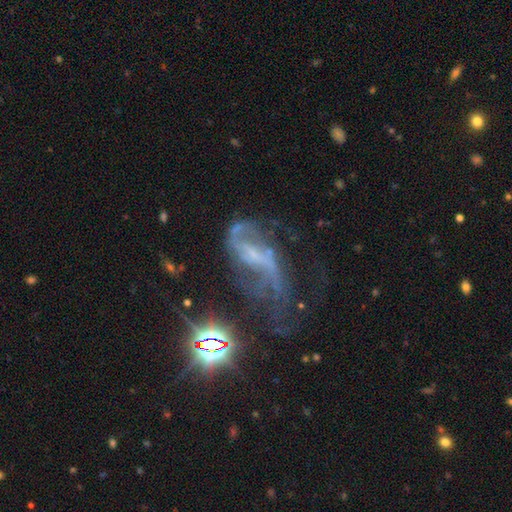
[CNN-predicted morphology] This appears to be a featured or disk galaxy (71%) with a weak bar (40%), 2 (64%) loose (67%) spiral arms (78%) and a small central bulge (43%). Merging: major disturbance (43%).